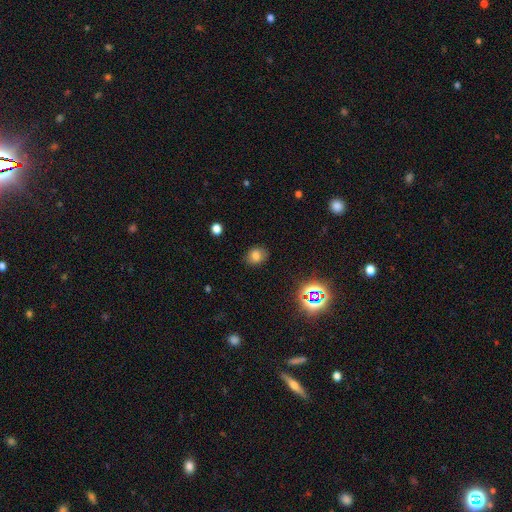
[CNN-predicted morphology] This is likely a smooth galaxy (75%). How rounded: possibly round (55%). Merging: clearly none (85%).